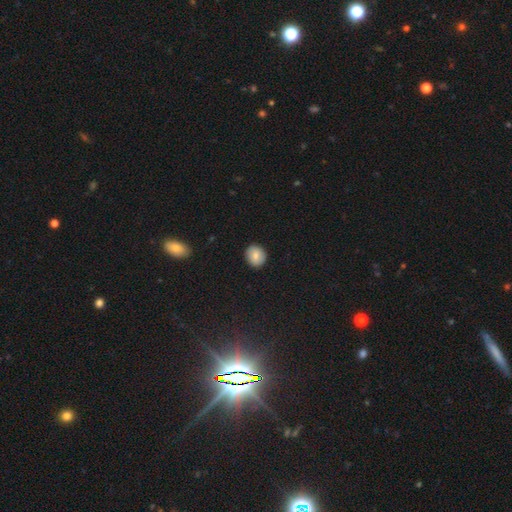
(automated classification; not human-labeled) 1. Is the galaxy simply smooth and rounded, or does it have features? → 82% smooth, 10% featured or disk, 8% star or artifact.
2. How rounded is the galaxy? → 84% round, 15% in between, 1% cigar-shaped.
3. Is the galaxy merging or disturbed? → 91% none, 7% minor disturbance, 2% major disturbance, 1% merger.